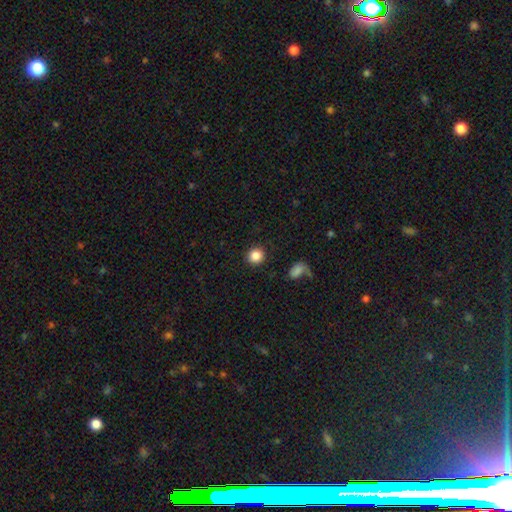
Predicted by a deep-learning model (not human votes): smooth_or_featured: smooth (p=0.86) [alt: star or artifact p=0.10]
how_rounded: round (p=0.90) [alt: in between p=0.09]
merging: none (p=0.90) [alt: minor disturbance p=0.06]